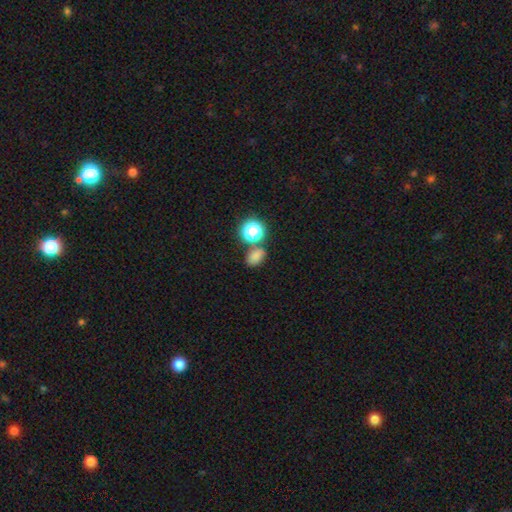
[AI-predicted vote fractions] The model was most divided on "how rounded": in between: 69%, round: 29%, cigar-shaped: 1%. More confident: smooth or featured — smooth (74%); merging — none (67%).